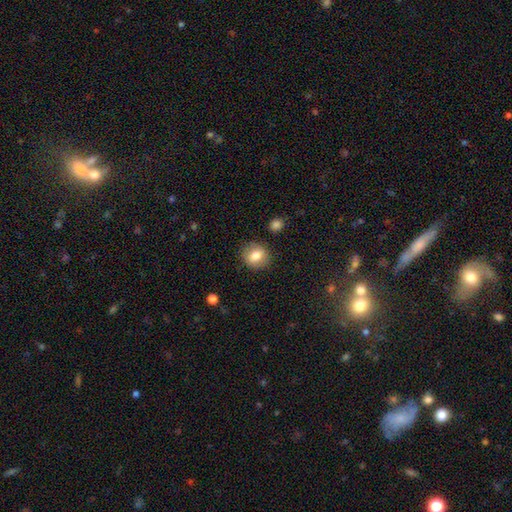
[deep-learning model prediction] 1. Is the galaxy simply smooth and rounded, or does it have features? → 77% smooth, 15% featured or disk, 9% star or artifact.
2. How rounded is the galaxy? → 71% round, 28% in between, 1% cigar-shaped.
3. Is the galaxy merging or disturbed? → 86% none, 9% minor disturbance, 3% major disturbance, 2% merger.